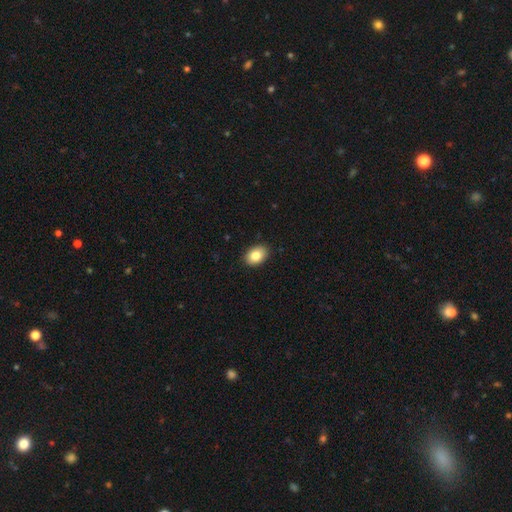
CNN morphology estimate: This appears to be a smooth galaxy with no disk features (84%) that is in between round and cigar-shaped (78%). Merging: none (89%).